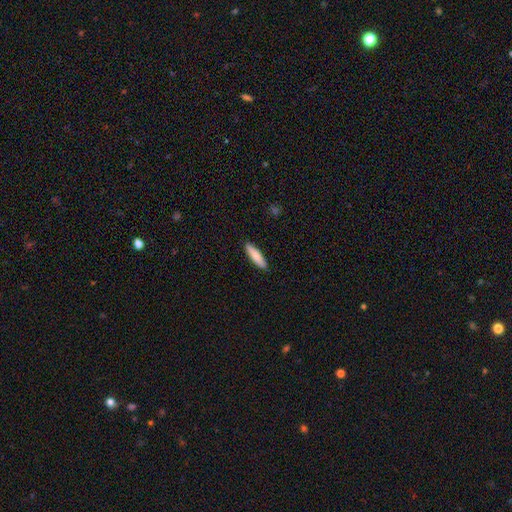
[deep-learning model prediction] smooth-or-featured: smooth: 79% | featured or disk: 16% | star or artifact: 5%
  how-rounded: cigar-shaped: 69% | in between: 29% | round: 2%
  merging: none: 90% | minor disturbance: 7% | major disturbance: 1% | merger: 1%